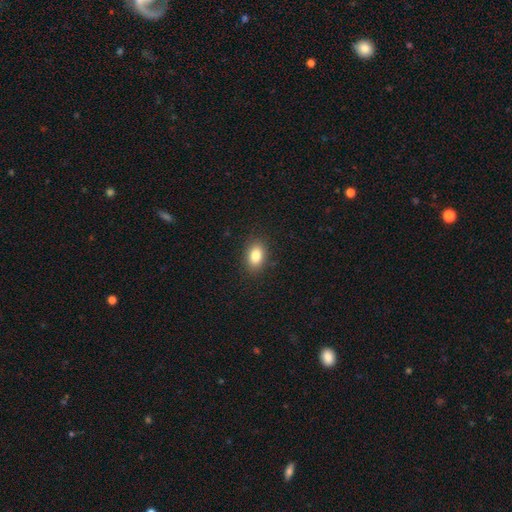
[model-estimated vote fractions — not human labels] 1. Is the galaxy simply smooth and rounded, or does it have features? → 84% smooth, 9% star or artifact, 7% featured or disk.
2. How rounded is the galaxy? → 85% in between, 13% round, 2% cigar-shaped.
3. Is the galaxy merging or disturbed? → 88% none, 9% minor disturbance, 2% major disturbance, 1% merger.